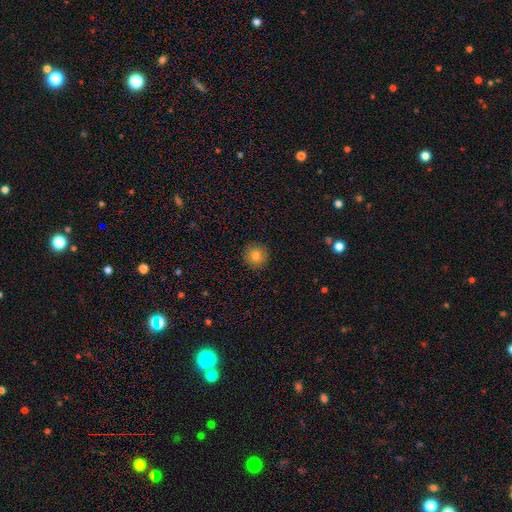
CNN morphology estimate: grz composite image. It shows a smooth galaxy with no disk features (81%) that is round (94%). Merging: none (91%).